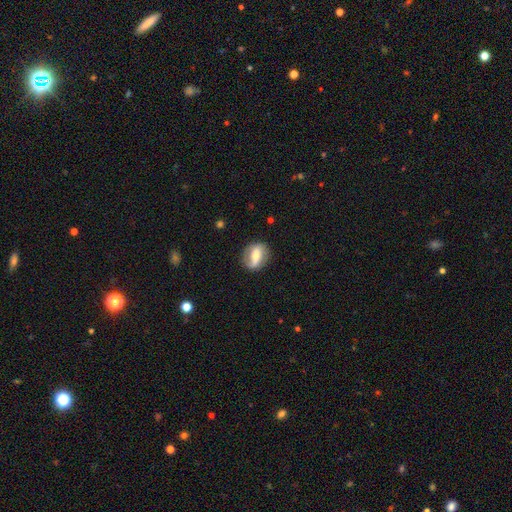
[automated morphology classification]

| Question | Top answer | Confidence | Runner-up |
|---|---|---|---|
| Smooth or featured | featured or disk | 63% | smooth (30%) |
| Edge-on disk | no | 94% | yes (6%) |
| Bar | strong | 43% | weak (33%) |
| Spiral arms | yes | 76% | no (24%) |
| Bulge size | moderate | 59% | small (32%) |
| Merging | none | 78% | minor disturbance (15%) |